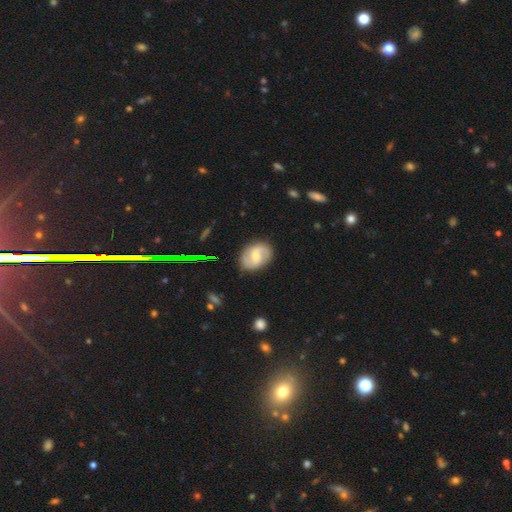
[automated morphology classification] Smooth or featured: featured or disk — 70% (smooth — 24%)
Edge-on disk: no — 97% (yes — 3%)
Bar: weak — 53% (no — 30%)
Spiral arms: yes — 90% (no — 10%)
Spiral winding: medium — 46% (loose — 32%)
Spiral arm count: 2 — 89% (can't tell — 7%)
Bulge size: small — 52% (moderate — 41%)
Merging: none — 84% (minor disturbance — 12%)